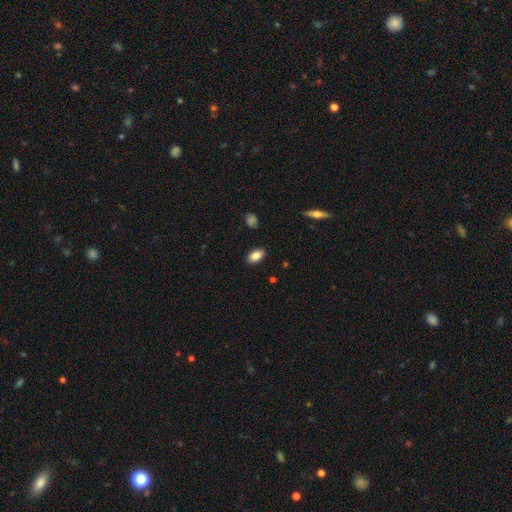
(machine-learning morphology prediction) smooth-or-featured: smooth: 86% | star or artifact: 8% | featured or disk: 7%
  how-rounded: in between: 91% | round: 7% | cigar-shaped: 2%
  merging: none: 88% | minor disturbance: 9% | major disturbance: 2% | merger: 1%